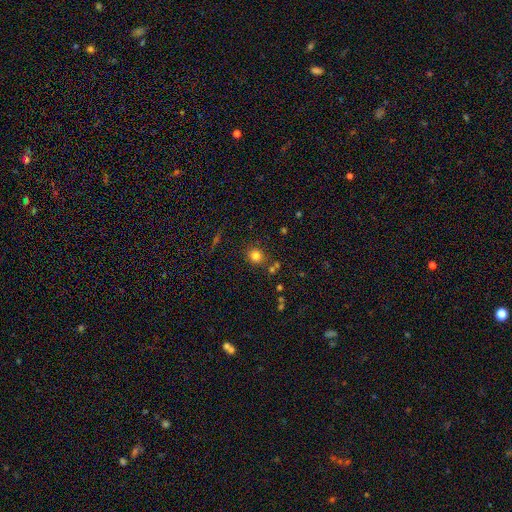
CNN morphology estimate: This appears to be a smooth galaxy with no disk features (79%) that is round (87%). Merging: none (83%).